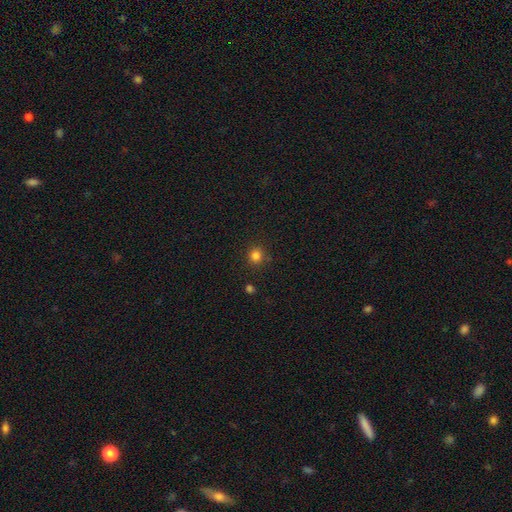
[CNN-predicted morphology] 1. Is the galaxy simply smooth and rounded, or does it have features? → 82% smooth, 14% star or artifact, 4% featured or disk.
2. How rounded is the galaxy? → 92% round, 7% in between, 1% cigar-shaped.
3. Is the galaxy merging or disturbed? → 87% none, 8% minor disturbance, 3% merger, 3% major disturbance.